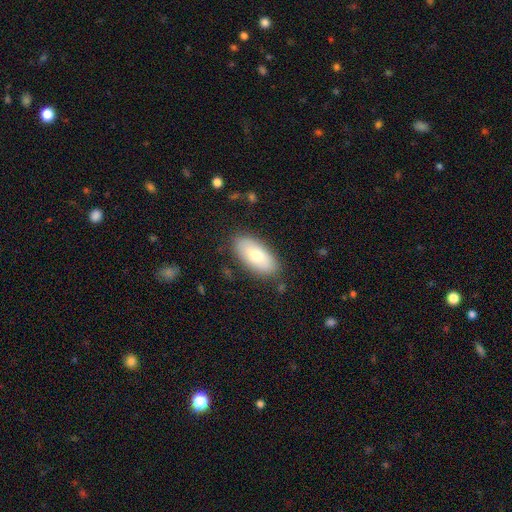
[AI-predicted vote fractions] This appears to be a smooth galaxy with no disk features (72%) that is in between round and cigar-shaped (92%). Merging: none (83%).